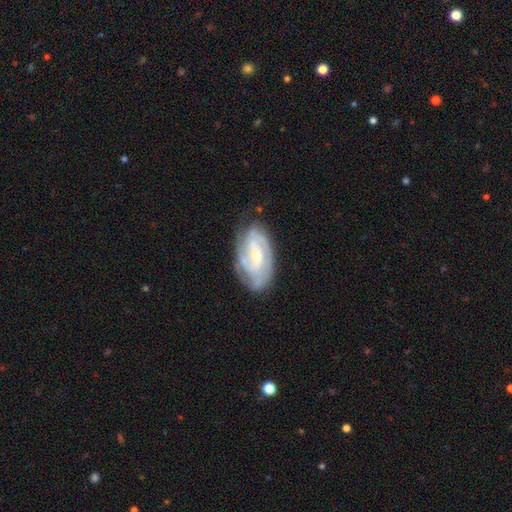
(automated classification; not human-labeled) Smooth or featured: featured or disk — 82% (smooth — 13%)
Edge-on disk: no — 96% (yes — 4%)
Bar: weak — 42% (no — 41%)
Spiral arms: yes — 95% (no — 5%)
Spiral winding: tight — 62% (medium — 31%)
Spiral arm count: 2 — 38% (can't tell — 26%)
Bulge size: small — 63% (moderate — 31%)
Merging: none — 73% (minor disturbance — 20%)